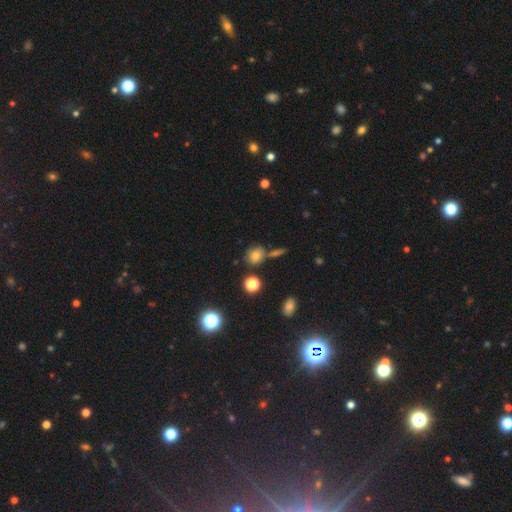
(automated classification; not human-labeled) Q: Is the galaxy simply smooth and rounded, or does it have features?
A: smooth — 75%.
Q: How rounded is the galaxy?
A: round — 67%.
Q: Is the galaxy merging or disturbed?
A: none — 66%.